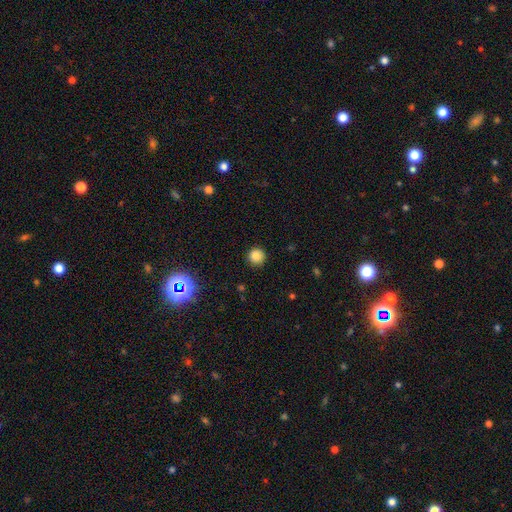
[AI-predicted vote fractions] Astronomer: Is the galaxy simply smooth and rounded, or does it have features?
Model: smooth — 83%.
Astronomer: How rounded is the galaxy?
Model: round — 95%.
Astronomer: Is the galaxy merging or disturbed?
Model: none — 91%.